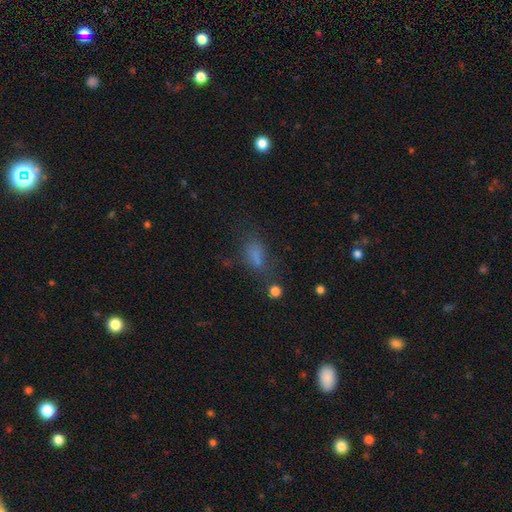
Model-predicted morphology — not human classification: Smooth or featured? Predicted: smooth (p=0.69). How rounded? Predicted: in between (p=0.78). Merging? Predicted: none (p=0.49).